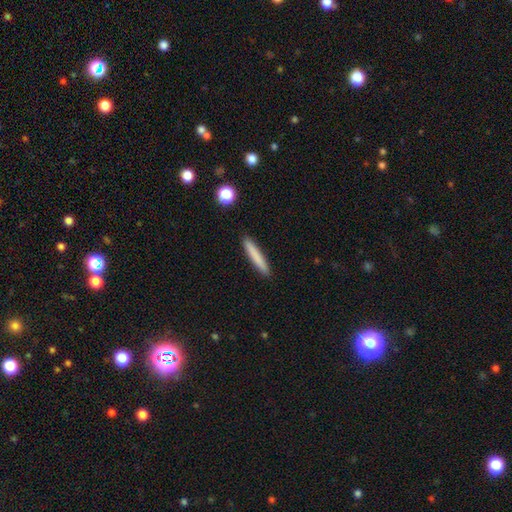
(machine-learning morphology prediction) Overall: smooth (81%). How rounded: cigar-shaped (94%). Merging: none (92%).